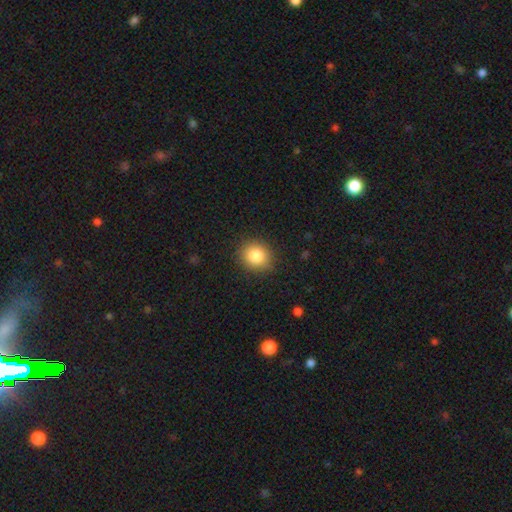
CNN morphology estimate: Smooth or featured? smooth (83%)
How rounded? round (80%)
Merging? none (88%)